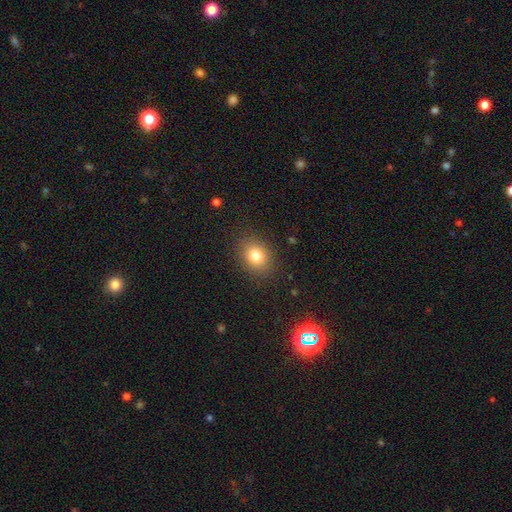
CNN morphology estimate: smooth_or_featured: smooth (p=0.81) [alt: star or artifact p=0.11]
how_rounded: round (p=0.52) [alt: in between p=0.47]
merging: none (p=0.86) [alt: minor disturbance p=0.09]